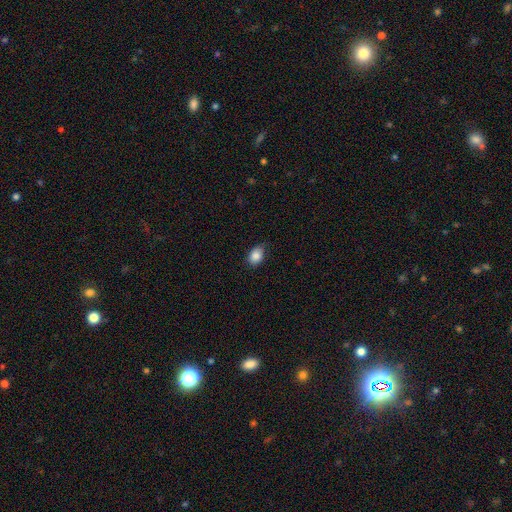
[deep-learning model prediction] A smooth galaxy with no disk features (86%) that is in between round and cigar-shaped (77%).

Vote fractions:
- Smooth or featured? smooth: 86% / star or artifact: 8% / featured or disk: 6%
- How rounded? in between: 77% / round: 21% / cigar-shaped: 1%
- Merging? none: 71% / minor disturbance: 24% / major disturbance: 4% / merger: 1%